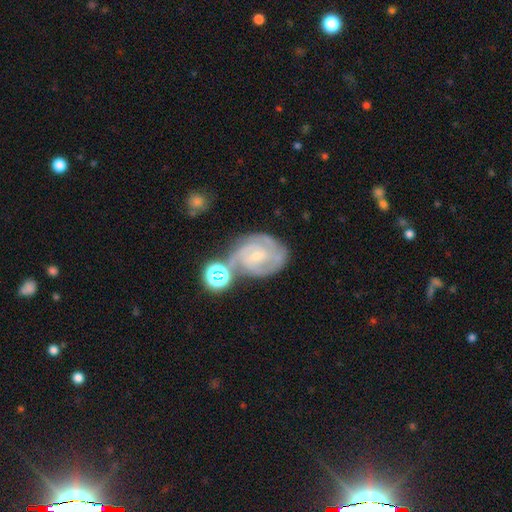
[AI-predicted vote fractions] Q: Smooth or featured?
A: featured or disk (82%); runner-up: smooth (11%)
Q: Edge-on disk?
A: no (97%); runner-up: yes (3%)
Q: Bar?
A: no (54%); runner-up: weak (37%)
Q: Spiral arms?
A: yes (95%); runner-up: no (5%)
Q: Spiral winding?
A: tight (64%); runner-up: medium (30%)
Q: Spiral arm count?
A: 2 (31%); runner-up: 3 (29%)
Q: Bulge size?
A: small (70%); runner-up: moderate (23%)
Q: Merging?
A: none (54%); runner-up: minor disturbance (20%)